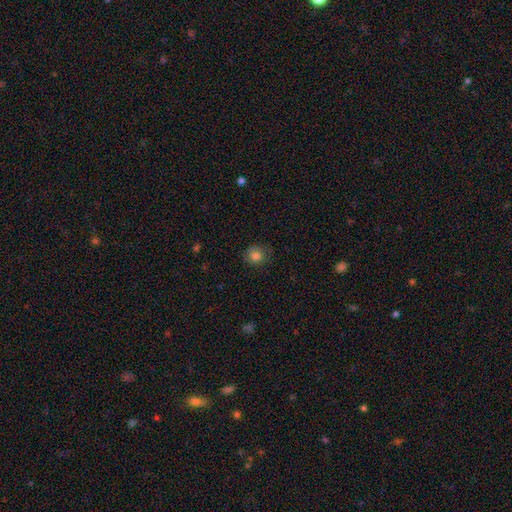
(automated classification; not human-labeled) Smooth or featured?
  - smooth: 83% *
  - star or artifact: 11%
  - featured or disk: 6%
How rounded?
  - round: 85% *
  - in between: 14%
  - cigar-shaped: 1%
Merging?
  - none: 79% *
  - minor disturbance: 16%
  - major disturbance: 4%
  - merger: 1%